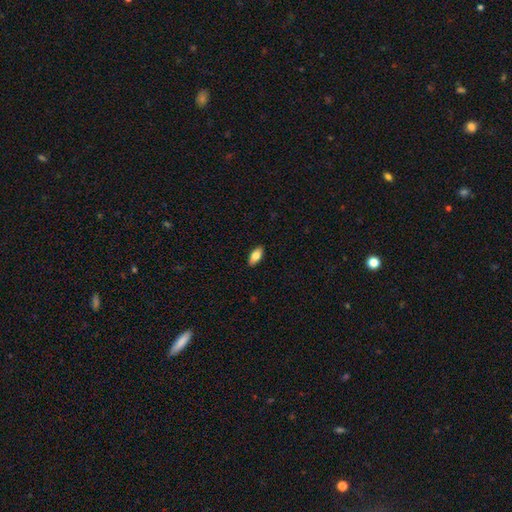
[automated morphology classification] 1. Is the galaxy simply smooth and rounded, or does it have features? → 79% smooth, 14% featured or disk, 7% star or artifact.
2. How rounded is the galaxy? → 88% in between, 9% cigar-shaped, 3% round.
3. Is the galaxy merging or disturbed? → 89% none, 8% minor disturbance, 2% major disturbance, 1% merger.